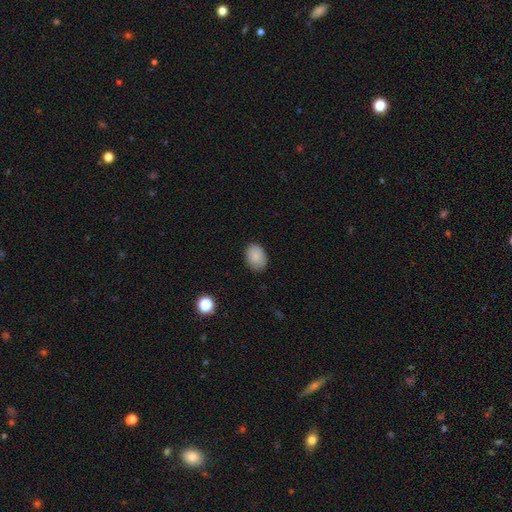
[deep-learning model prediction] This appears to be a smooth galaxy with no disk features (87%) that is in between round and cigar-shaped (78%). Merging: none (85%).